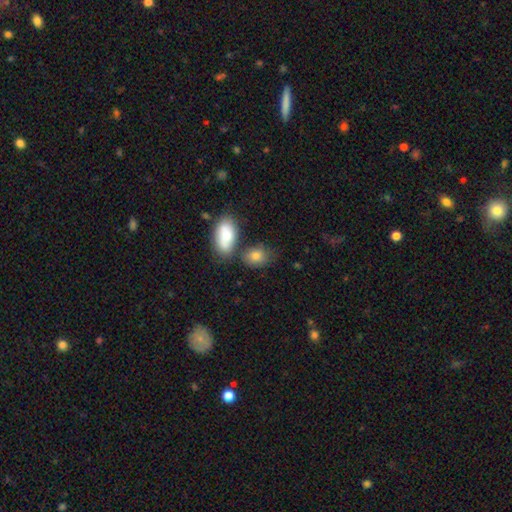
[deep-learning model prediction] Q: Smooth or featured?
A: smooth (81%); runner-up: featured or disk (10%)
Q: How rounded?
A: in between (67%); runner-up: round (31%)
Q: Merging?
A: none (56%); runner-up: merger (21%)